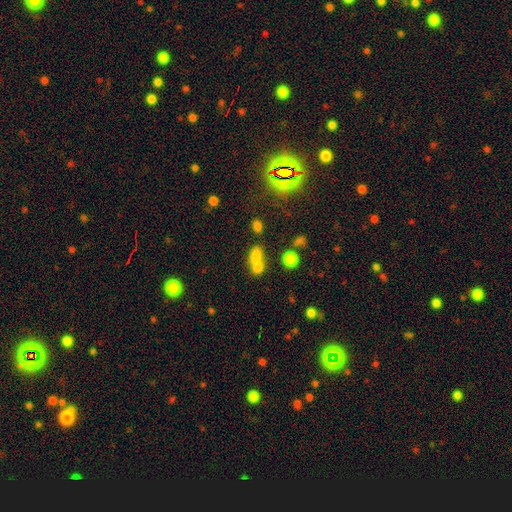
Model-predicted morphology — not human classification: type=smooth (72%); roundness=in between (64%); merging=merger (58%).